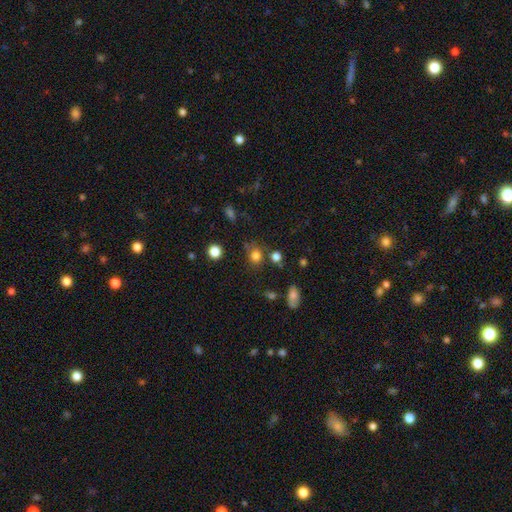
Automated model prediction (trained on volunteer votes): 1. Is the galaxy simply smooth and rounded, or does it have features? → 79% smooth, 15% star or artifact, 6% featured or disk.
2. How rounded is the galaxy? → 71% round, 28% in between, 1% cigar-shaped.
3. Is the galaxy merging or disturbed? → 67% none, 18% minor disturbance, 9% merger, 6% major disturbance.